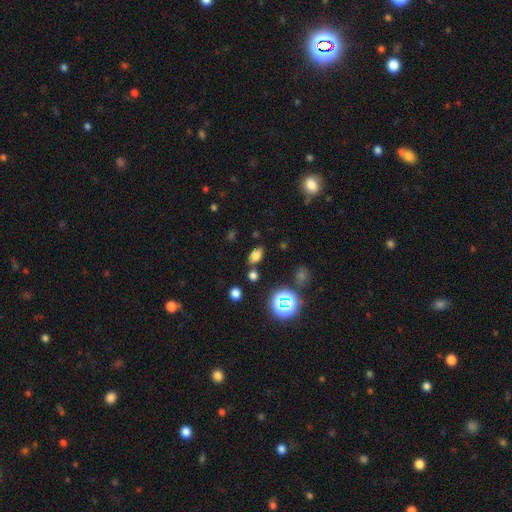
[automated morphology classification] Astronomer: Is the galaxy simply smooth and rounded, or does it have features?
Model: smooth — 71%.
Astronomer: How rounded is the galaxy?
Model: in between — 85%.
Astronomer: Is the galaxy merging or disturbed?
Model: none — 79%.